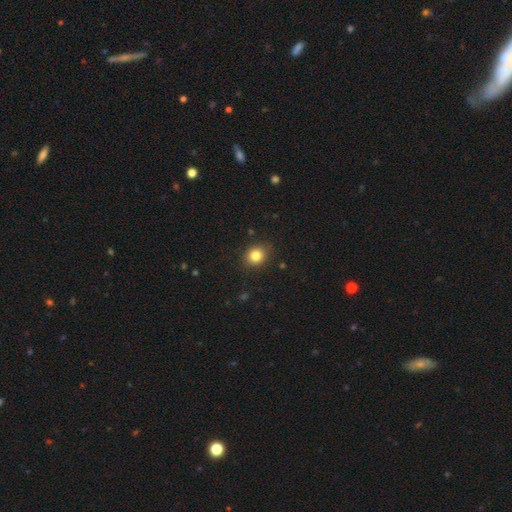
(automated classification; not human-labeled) The model was most divided on "how rounded": round: 73%, in between: 26%, cigar-shaped: 1%. More confident: merging — none (87%); smooth or featured — smooth (83%).